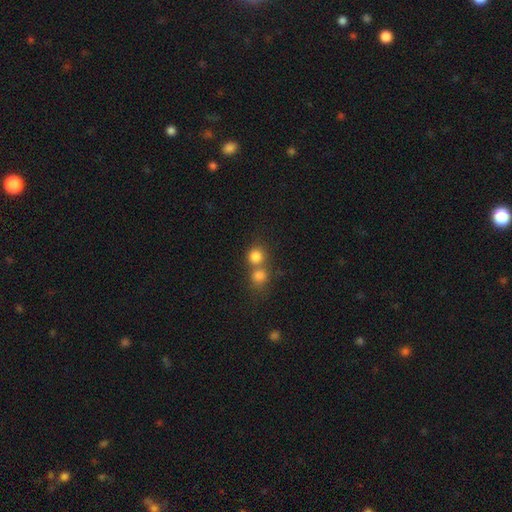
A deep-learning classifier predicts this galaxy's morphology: Smooth or featured? smooth (81%)
How rounded? round (86%)
Merging? merger (48%)